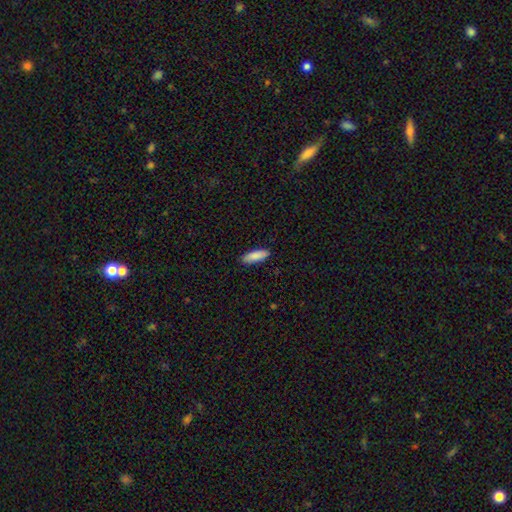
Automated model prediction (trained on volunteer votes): Smooth or featured: smooth — 88% (featured or disk — 6%)
How rounded: in between — 57% (cigar-shaped — 41%)
Merging: none — 88% (minor disturbance — 9%)